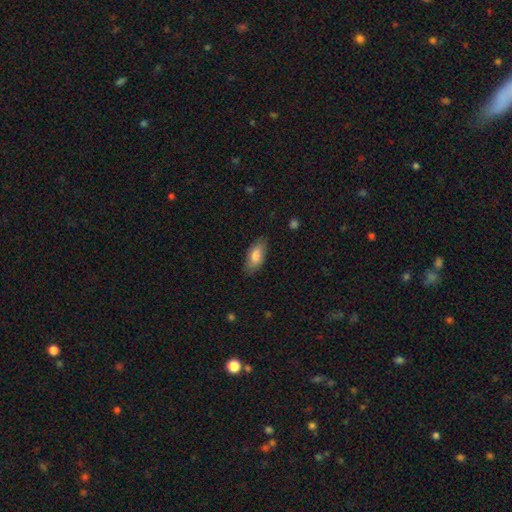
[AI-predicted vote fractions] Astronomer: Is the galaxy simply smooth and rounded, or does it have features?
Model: smooth — 80%.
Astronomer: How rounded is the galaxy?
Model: in between — 87%.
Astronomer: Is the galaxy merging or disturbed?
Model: none — 81%.